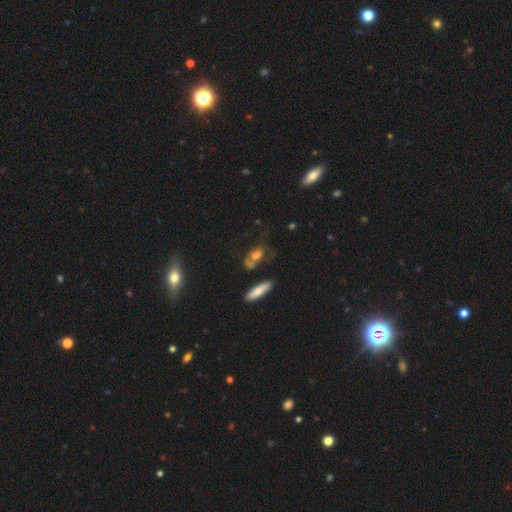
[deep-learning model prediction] Overall: smooth (55%; featured or disk 30%). How rounded: in between (63%; round 25%). Merging: none (47%; minor disturbance 22%).